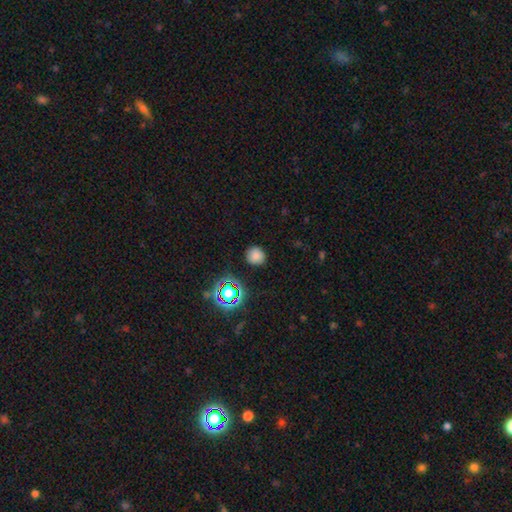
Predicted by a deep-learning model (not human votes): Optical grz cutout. It shows a smooth galaxy with no disk features (76%) that is round (88%). Merging: none (85%).